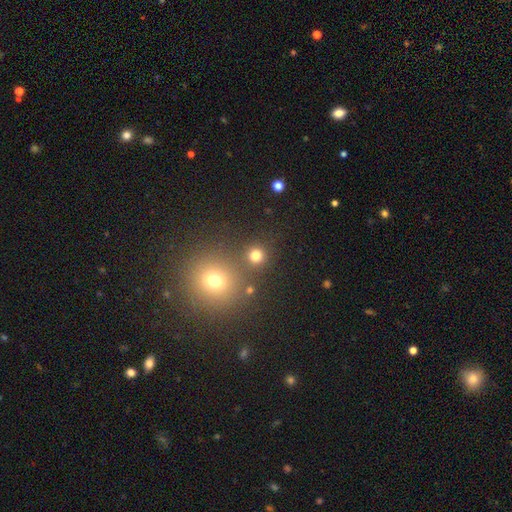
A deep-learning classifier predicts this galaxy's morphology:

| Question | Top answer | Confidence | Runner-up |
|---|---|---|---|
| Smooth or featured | smooth | 77% | star or artifact (18%) |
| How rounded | round | 92% | in between (7%) |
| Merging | none | 81% | merger (11%) |